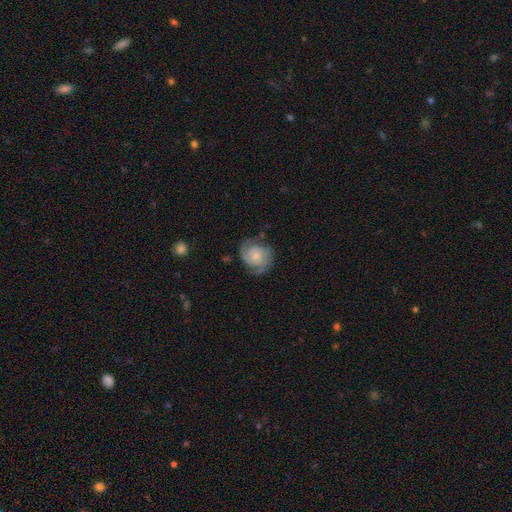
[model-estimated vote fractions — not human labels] smooth_or_featured: featured or disk (p=0.74) [alt: smooth p=0.19]
disk_edge_on: no (p=0.98) [alt: yes p=0.02]
bar: no (p=0.76) [alt: weak p=0.21]
has_spiral_arms: yes (p=0.94) [alt: no p=0.06]
spiral_winding: tight (p=0.49) [alt: medium p=0.38]
spiral_arm_count: 2 (p=0.66) [alt: can't tell p=0.13]
bulge_size: small (p=0.63) [alt: moderate p=0.26]
merging: none (p=0.68) [alt: minor disturbance p=0.21]